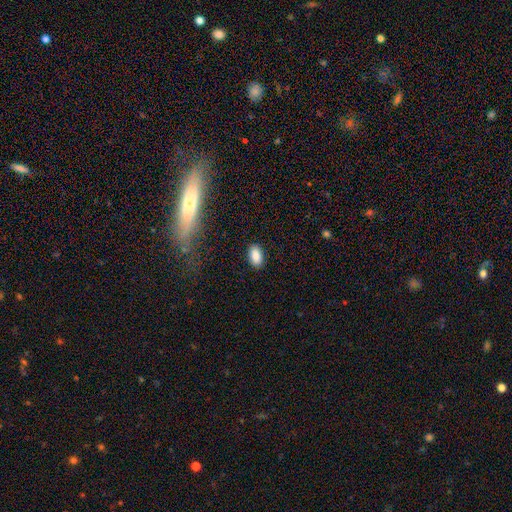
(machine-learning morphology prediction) This is clearly a smooth galaxy (88%). How rounded: clearly in between (93%). Merging: clearly none (87%).